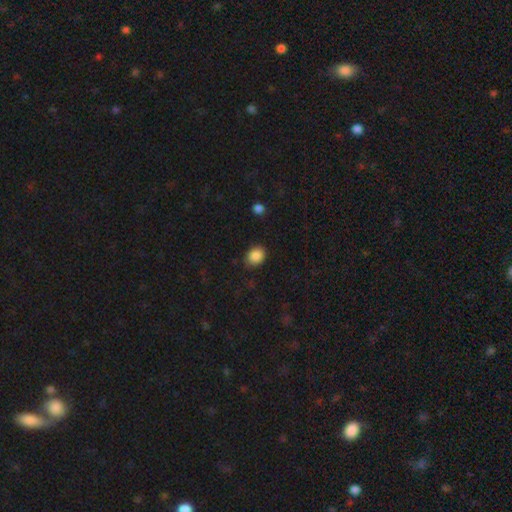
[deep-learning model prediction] Smooth or featured: smooth — 88% (star or artifact — 9%)
How rounded: in between — 51% (round — 48%)
Merging: none — 83% (minor disturbance — 13%)